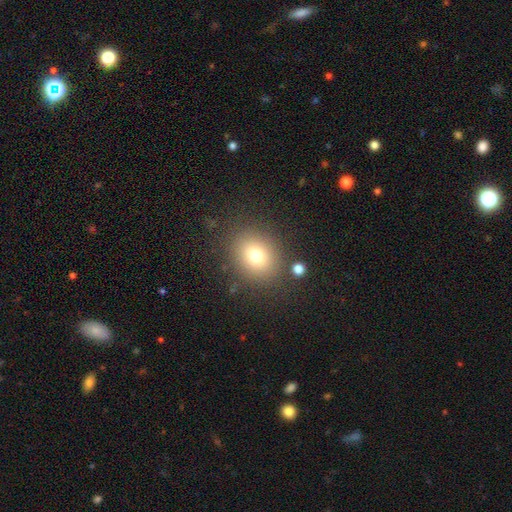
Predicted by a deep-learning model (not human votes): Smooth or featured? smooth (74%)
How rounded? round (68%)
Merging? none (83%)